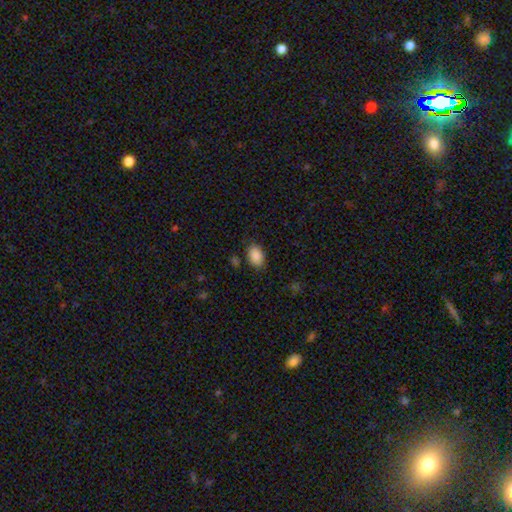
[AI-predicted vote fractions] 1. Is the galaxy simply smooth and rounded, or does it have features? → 89% smooth, 7% star or artifact, 4% featured or disk.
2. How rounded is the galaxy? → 85% in between, 13% round, 1% cigar-shaped.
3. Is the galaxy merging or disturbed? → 83% none, 12% minor disturbance, 3% major disturbance, 2% merger.